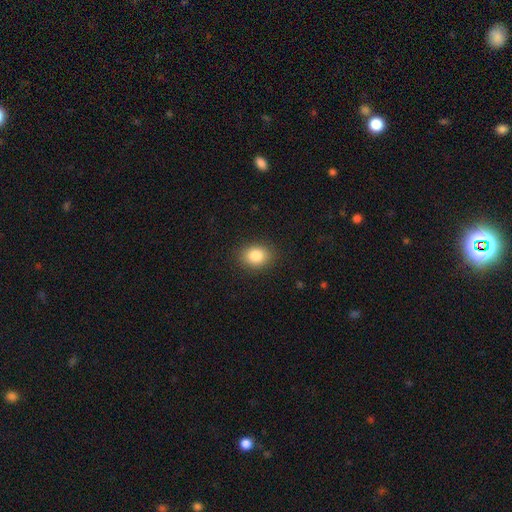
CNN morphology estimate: A smooth galaxy with no disk features (84%) that is in between round and cigar-shaped (52%).

Vote fractions:
- Smooth or featured? smooth: 84% / star or artifact: 10% / featured or disk: 6%
- How rounded? in between: 52% / round: 47% / cigar-shaped: 1%
- Merging? none: 89% / minor disturbance: 8% / major disturbance: 2% / merger: 1%